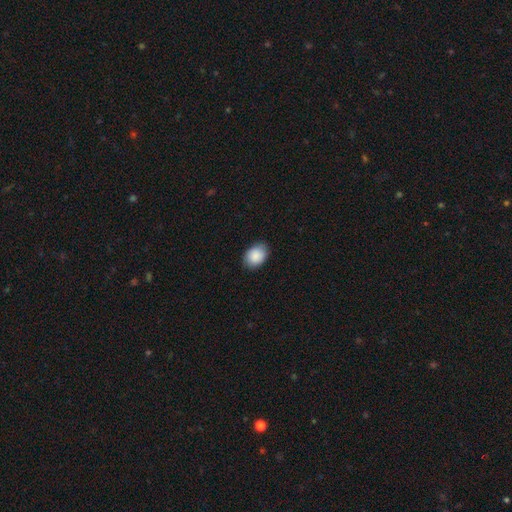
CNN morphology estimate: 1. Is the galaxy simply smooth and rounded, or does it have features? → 89% smooth, 6% star or artifact, 4% featured or disk.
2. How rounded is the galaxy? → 74% in between, 25% round, 1% cigar-shaped.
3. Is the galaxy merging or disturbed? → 84% none, 13% minor disturbance, 2% major disturbance, 1% merger.